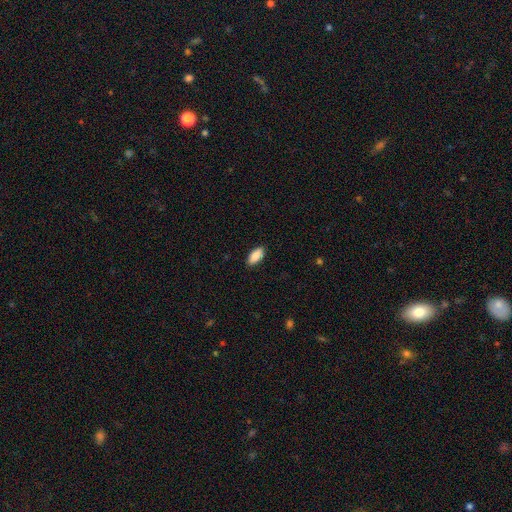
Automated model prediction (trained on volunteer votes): A smooth galaxy with no disk features (88%) that is in between round and cigar-shaped (87%). Merging: none (88%).